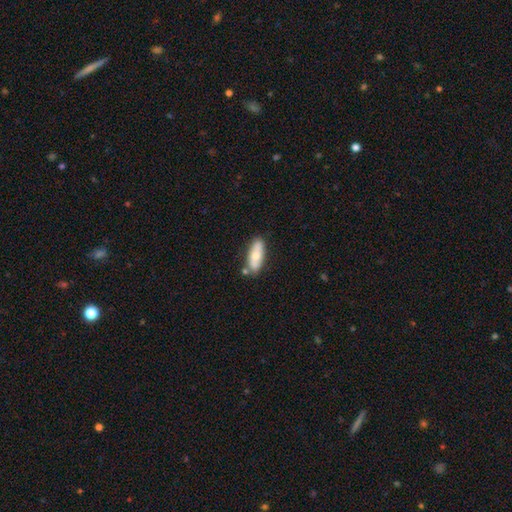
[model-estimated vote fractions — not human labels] smooth_or_featured: smooth (p=0.62) [alt: featured or disk p=0.32]
how_rounded: in between (p=0.72) [alt: cigar-shaped p=0.26]
merging: none (p=0.77) [alt: minor disturbance p=0.14]